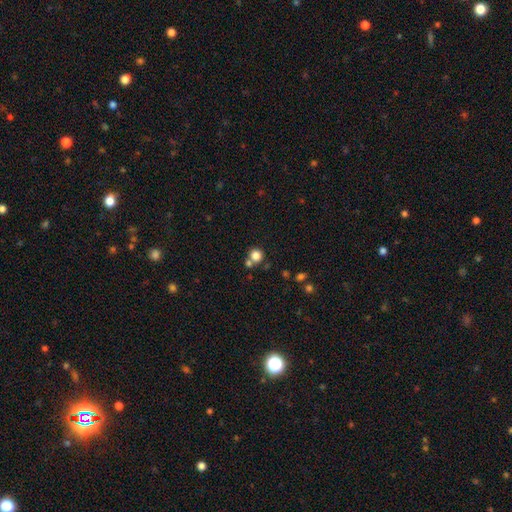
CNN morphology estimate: Smooth or featured? Predicted: smooth (p=0.82). How rounded? Predicted: round (p=0.90). Merging? Predicted: none (p=0.63).